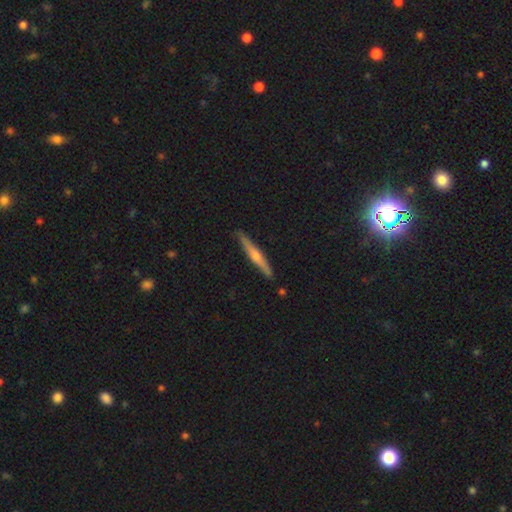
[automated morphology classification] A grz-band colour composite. It shows a featured or disk galaxy (61%) viewed edge-on (97%) with a rounded central bulge (78%). Merging: none (89%).